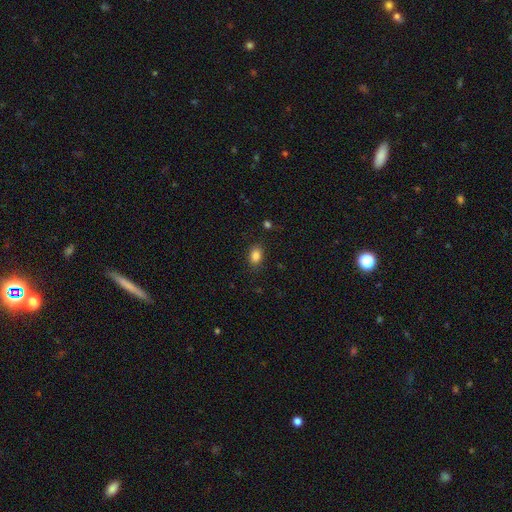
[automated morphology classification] smooth 85%, star or artifact 10%, featured or disk 5%. Down the decision tree: how rounded — in between (77%); merging — none (84%).